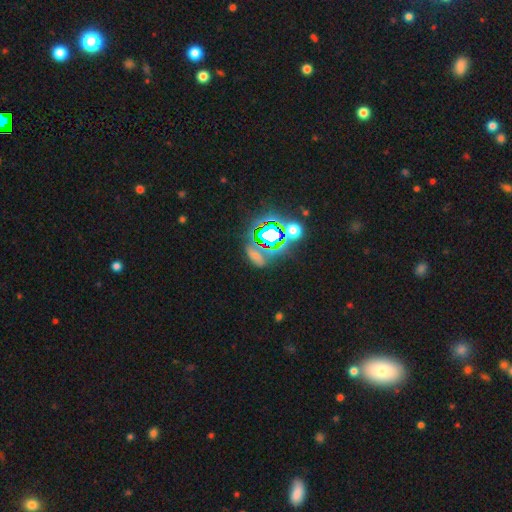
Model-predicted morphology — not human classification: Overall: star or artifact (50%; smooth 32%).